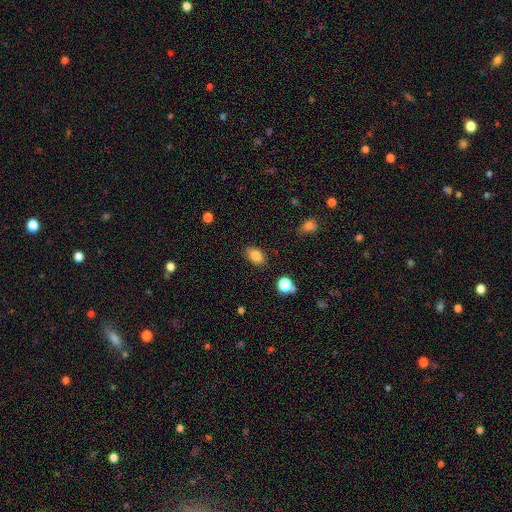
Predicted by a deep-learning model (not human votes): Smooth or featured: smooth — 84% (star or artifact — 10%)
How rounded: in between — 82% (round — 16%)
Merging: none — 84% (minor disturbance — 11%)